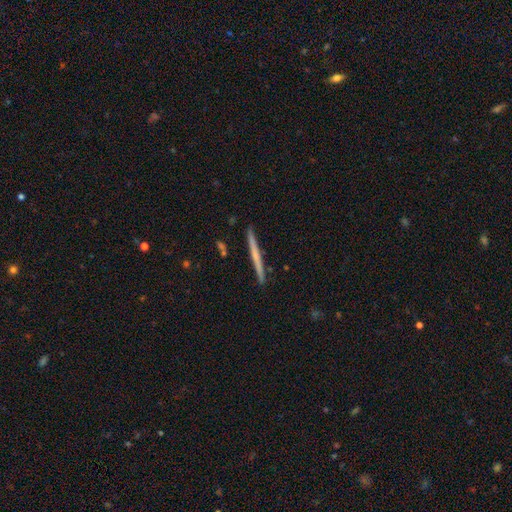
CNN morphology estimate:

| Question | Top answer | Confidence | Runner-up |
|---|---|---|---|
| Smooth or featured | featured or disk | 52% | smooth (43%) |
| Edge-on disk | yes | 98% | no (2%) |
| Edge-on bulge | none | 81% | rounded (14%) |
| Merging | none | 92% | minor disturbance (6%) |